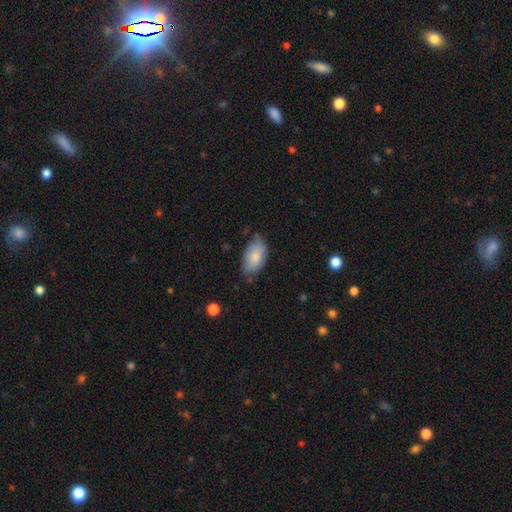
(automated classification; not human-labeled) Smooth or featured? Predicted: smooth (p=0.82). How rounded? Predicted: in between (p=0.94). Merging? Predicted: none (p=0.68).